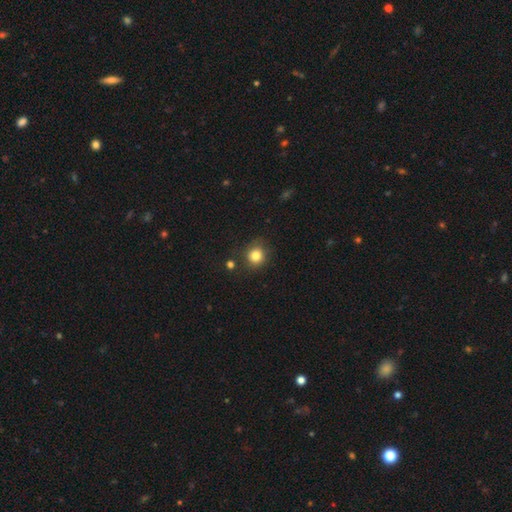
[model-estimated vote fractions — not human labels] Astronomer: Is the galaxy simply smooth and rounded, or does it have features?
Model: smooth — 82%.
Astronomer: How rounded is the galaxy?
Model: round — 88%.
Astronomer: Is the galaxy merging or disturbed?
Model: none — 81%.